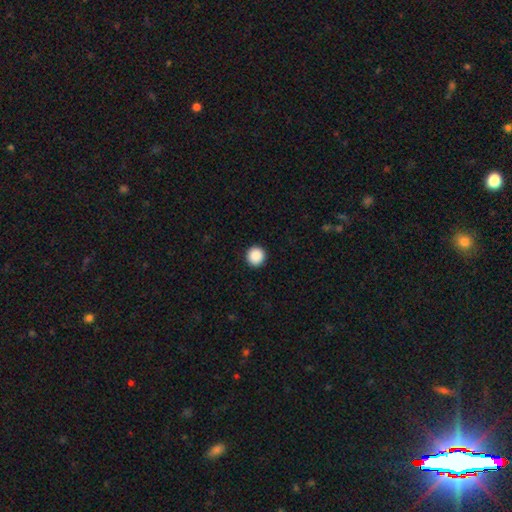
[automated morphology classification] Smooth or featured? Predicted: smooth (p=0.89). How rounded? Predicted: round (p=0.96). Merging? Predicted: none (p=0.94).